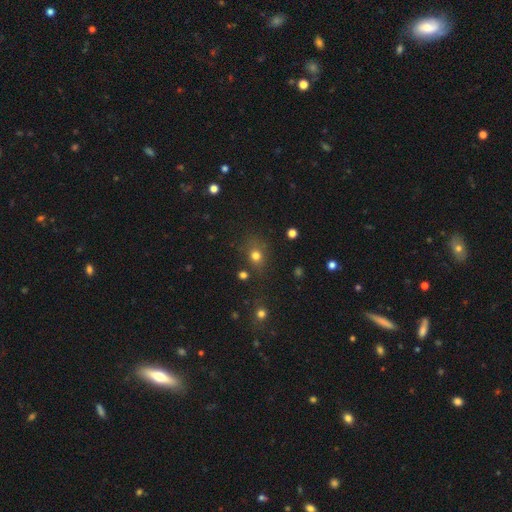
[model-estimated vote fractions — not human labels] Q: Smooth or featured?
A: smooth (74%); runner-up: star or artifact (18%)
Q: How rounded?
A: round (68%); runner-up: in between (30%)
Q: Merging?
A: none (73%); runner-up: minor disturbance (15%)